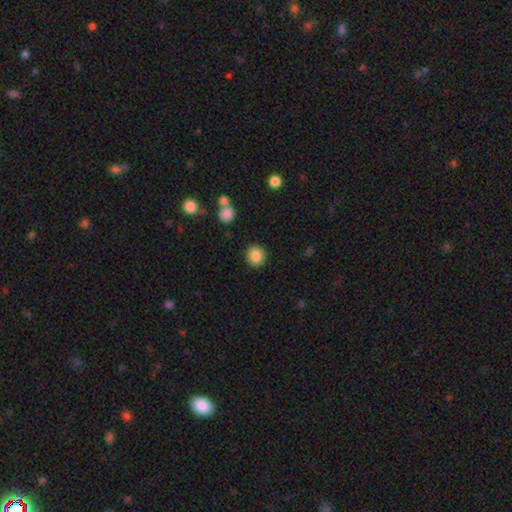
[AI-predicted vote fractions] Q: Smooth or featured?
A: smooth (86%); runner-up: star or artifact (9%)
Q: How rounded?
A: round (88%); runner-up: in between (11%)
Q: Merging?
A: none (90%); runner-up: minor disturbance (6%)